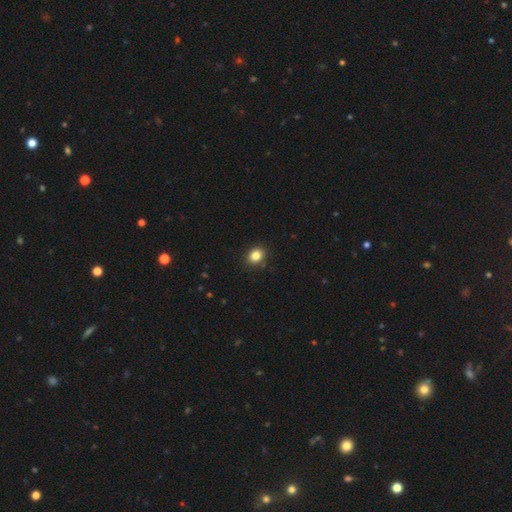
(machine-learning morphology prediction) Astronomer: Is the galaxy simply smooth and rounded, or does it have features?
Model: smooth — 84%.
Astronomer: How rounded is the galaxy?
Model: round — 54% (runner-up: in between, 45%).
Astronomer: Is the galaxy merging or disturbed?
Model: none — 88%.